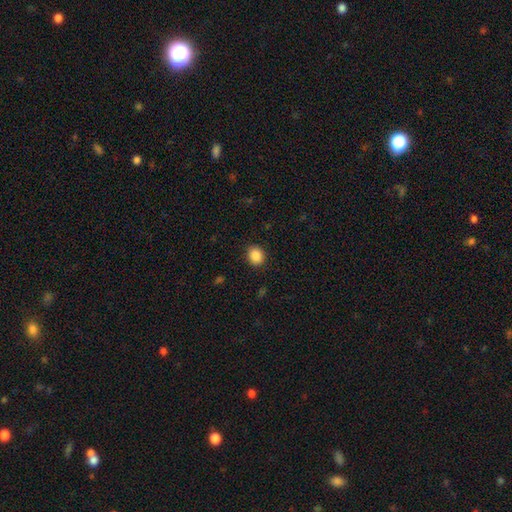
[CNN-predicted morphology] The model was most divided on "how rounded": round: 63%, in between: 36%, cigar-shaped: 1%. More confident: merging — none (88%); smooth or featured — smooth (88%).